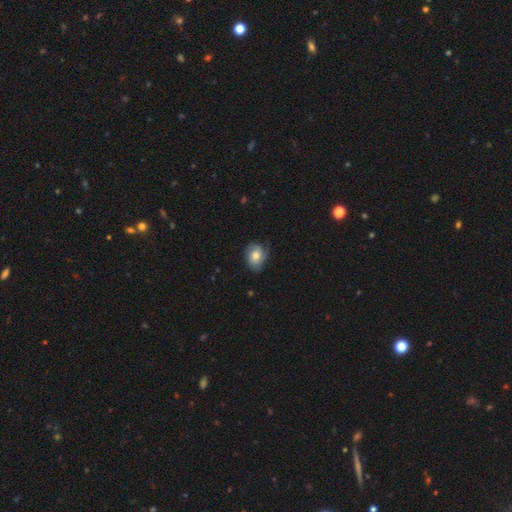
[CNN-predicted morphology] smooth 48%, featured or disk 45%, star or artifact 8%. Down the decision tree: merging — none (64%).